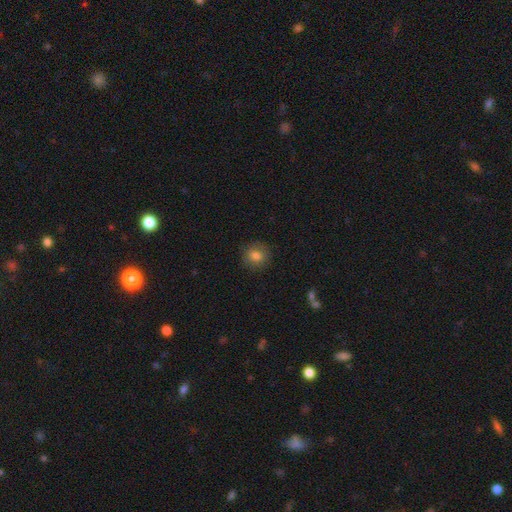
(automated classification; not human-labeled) This is clearly a smooth galaxy (81%). How rounded: clearly round (83%). Merging: clearly none (87%).